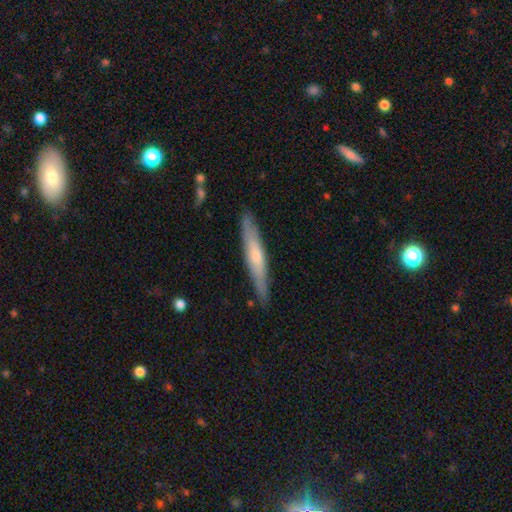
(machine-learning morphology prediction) Smooth or featured? featured or disk (50%)
Merging? none (86%)